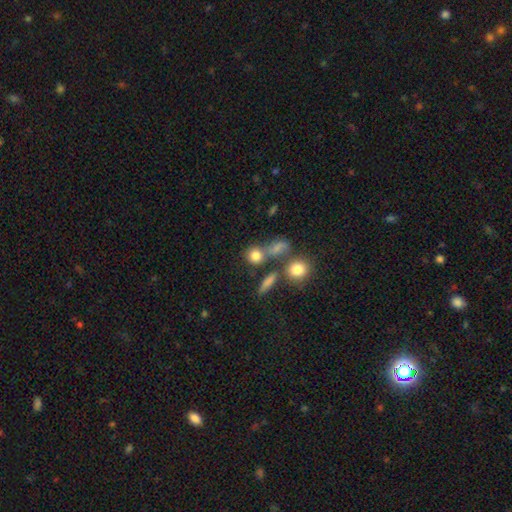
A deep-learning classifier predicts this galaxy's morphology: The model was most divided on "merging": none: 58%, merger: 25%, minor disturbance: 11%, major disturbance: 6%. More confident: how rounded — round (80%); smooth or featured — smooth (78%).